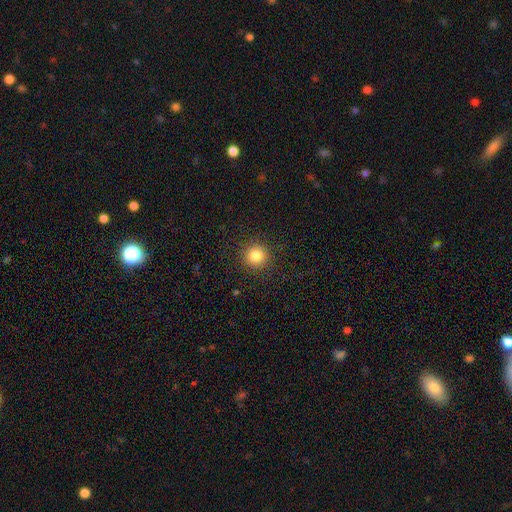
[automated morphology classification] Smooth or featured? smooth (83%)
How rounded? round (94%)
Merging? none (92%)